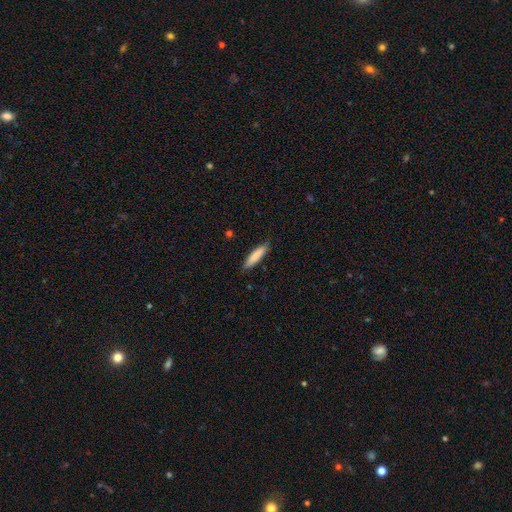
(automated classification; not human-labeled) Morphology: type=smooth (83%); roundness=cigar-shaped (81%); merging=none (85%).